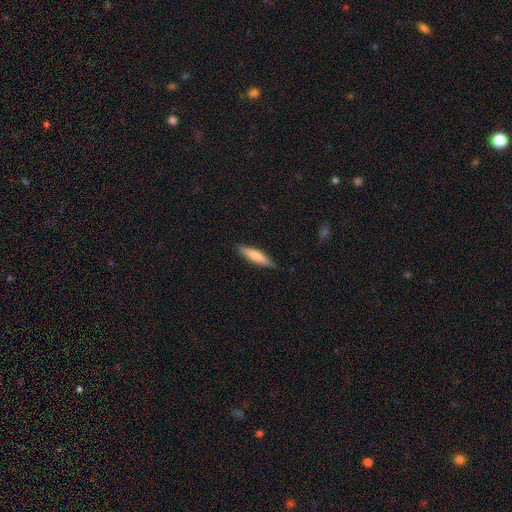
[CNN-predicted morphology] Smooth or featured? Predicted: smooth (p=0.74). How rounded? Predicted: cigar-shaped (p=0.79). Merging? Predicted: none (p=0.87).